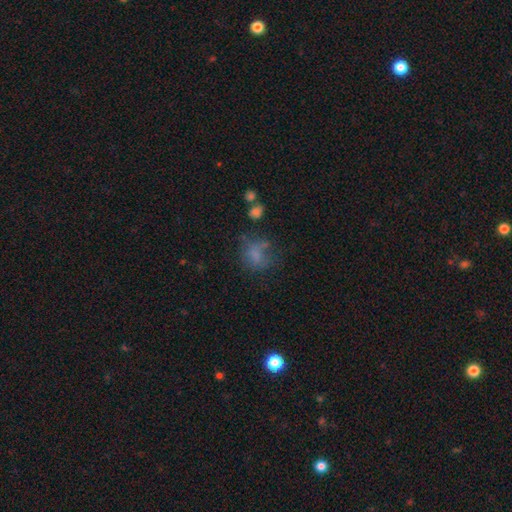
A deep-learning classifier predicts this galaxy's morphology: Overall: smooth (62%). How rounded: round (52%; in between 47%). Merging: none (43%; major disturbance 26%).